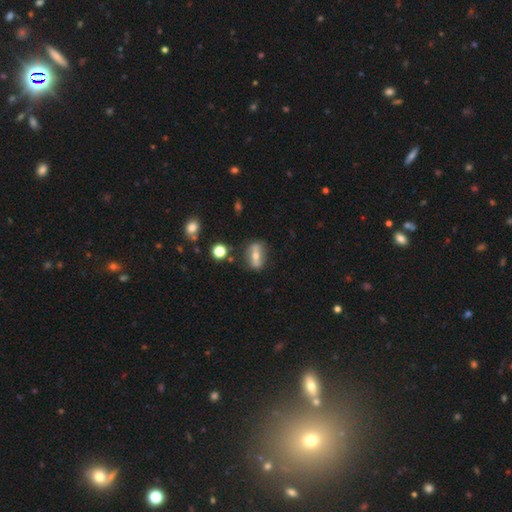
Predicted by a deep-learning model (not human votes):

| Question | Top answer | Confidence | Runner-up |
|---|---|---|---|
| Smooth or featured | featured or disk | 56% | smooth (35%) |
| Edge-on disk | no | 69% | yes (31%) |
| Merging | none | 76% | minor disturbance (15%) |